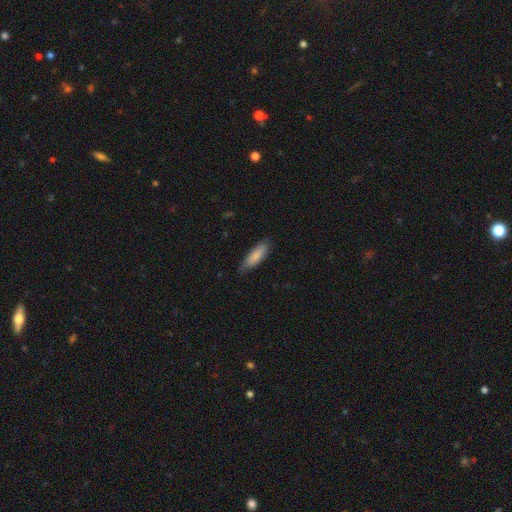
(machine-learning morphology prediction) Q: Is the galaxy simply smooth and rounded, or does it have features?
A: smooth — 84%.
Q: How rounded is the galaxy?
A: in between — 52%.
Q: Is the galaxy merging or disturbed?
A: none — 81%.